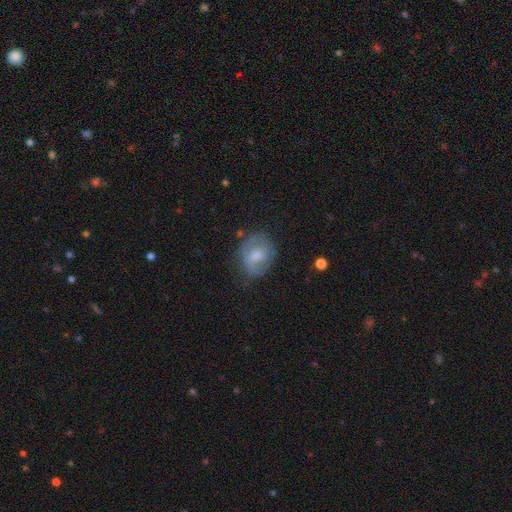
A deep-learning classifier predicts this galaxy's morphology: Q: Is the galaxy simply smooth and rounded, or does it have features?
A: smooth — 57%.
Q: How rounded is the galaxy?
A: in between — 52%.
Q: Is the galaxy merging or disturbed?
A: none — 63%.